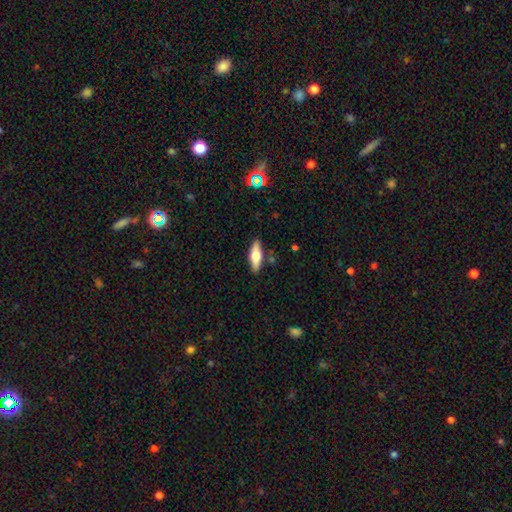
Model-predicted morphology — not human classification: Smooth or featured? Predicted: smooth (p=0.58). How rounded? Predicted: in between (p=0.55). Merging? Predicted: none (p=0.85).